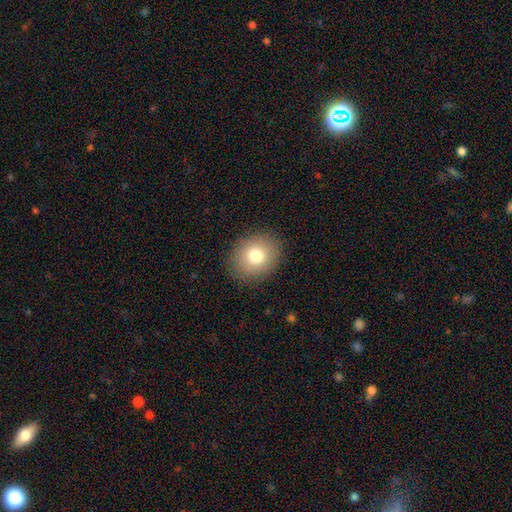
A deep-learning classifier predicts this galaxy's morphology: Smooth or featured?
  - smooth: 78% *
  - featured or disk: 12%
  - star or artifact: 11%
How rounded?
  - round: 64% *
  - in between: 35%
  - cigar-shaped: 1%
Merging?
  - none: 88% *
  - minor disturbance: 8%
  - major disturbance: 3%
  - merger: 1%